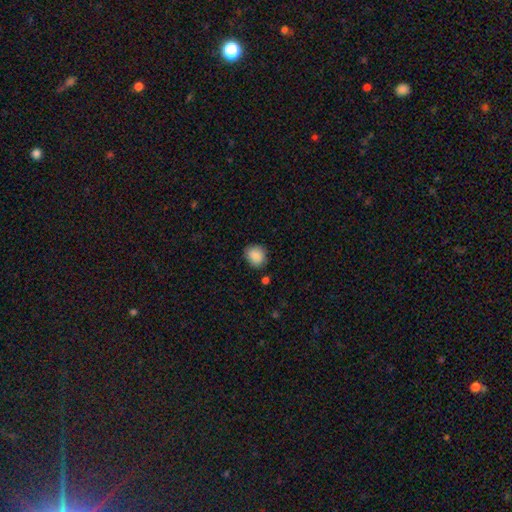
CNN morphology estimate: This appears to be a smooth galaxy with no disk features (88%) that is round (67%). Merging: none (80%).